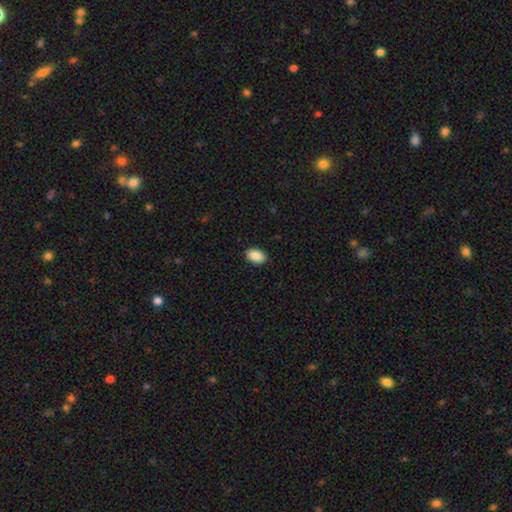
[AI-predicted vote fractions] Smooth or featured? smooth (90%)
How rounded? in between (91%)
Merging? none (90%)